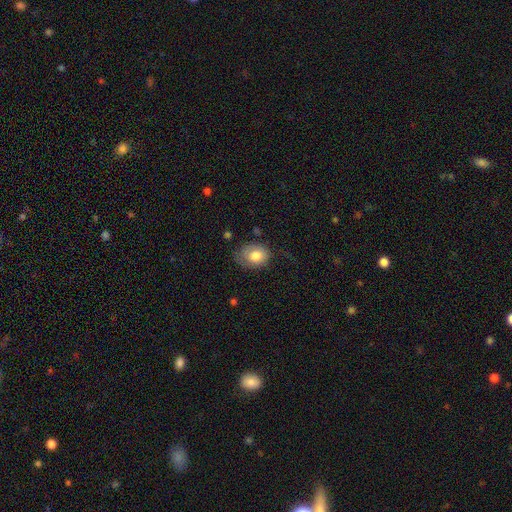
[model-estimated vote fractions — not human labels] Smooth or featured? smooth (77%)
How rounded? in between (62%)
Merging? none (50%)